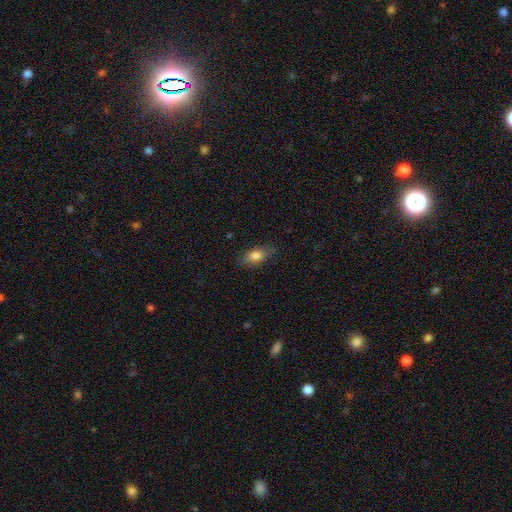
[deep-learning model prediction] A smooth galaxy with no disk features (80%) that is in between round and cigar-shaped (84%).

Vote fractions:
- Smooth or featured? smooth: 80% / featured or disk: 12% / star or artifact: 8%
- How rounded? in between: 84% / cigar-shaped: 10% / round: 6%
- Merging? none: 80% / minor disturbance: 16% / major disturbance: 4% / merger: 1%